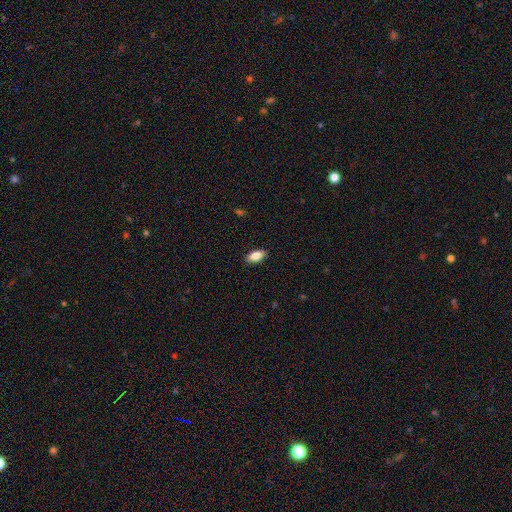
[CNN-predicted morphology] This is clearly a smooth galaxy (85%). How rounded: clearly in between (91%). Merging: clearly none (89%).